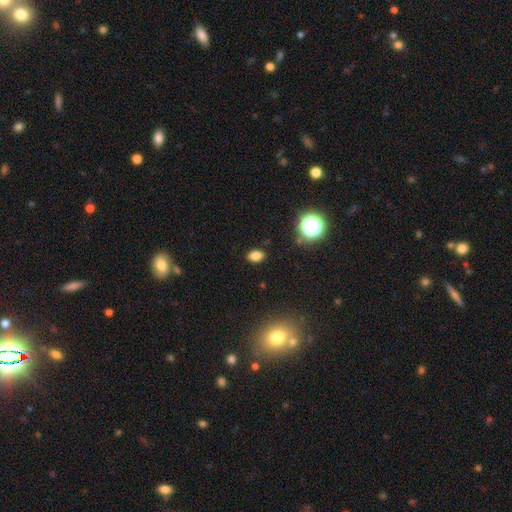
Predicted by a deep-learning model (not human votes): Smooth or featured: smooth — 78% (star or artifact — 16%)
How rounded: in between — 83% (round — 15%)
Merging: none — 87% (minor disturbance — 9%)